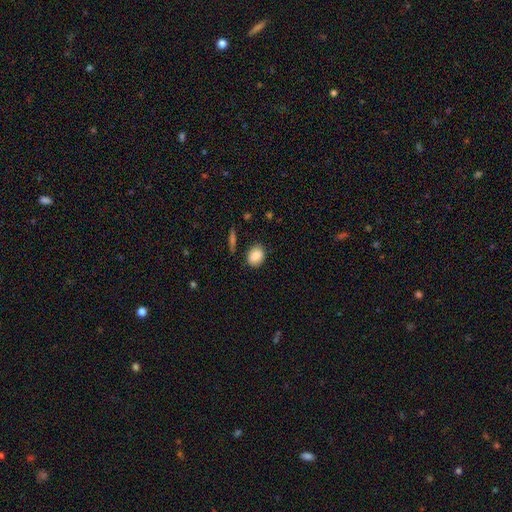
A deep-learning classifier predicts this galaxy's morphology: smooth 86%, star or artifact 8%, featured or disk 7%. Down the decision tree: how rounded — in between (59%); merging — none (82%).